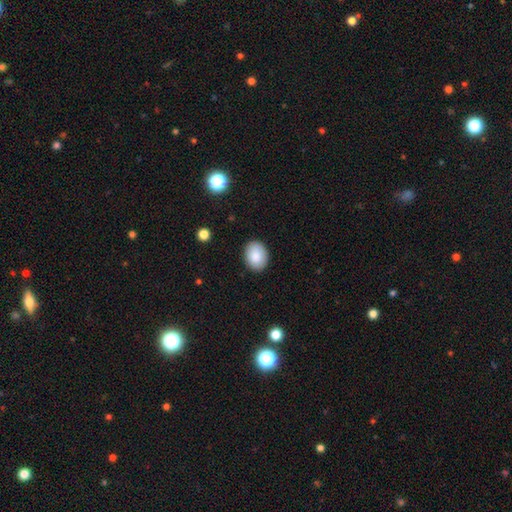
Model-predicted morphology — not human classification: type=smooth (88%); roundness=in between (67%); merging=none (88%).